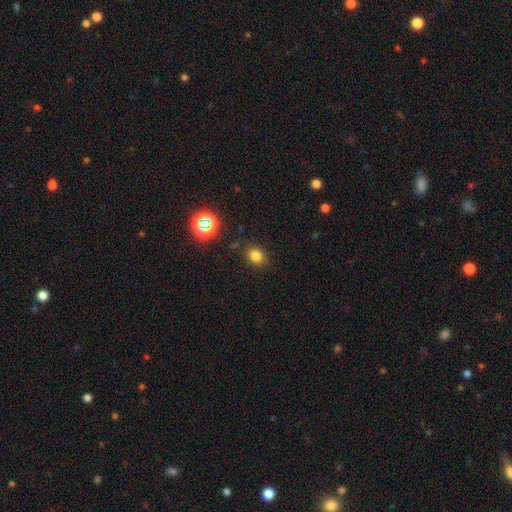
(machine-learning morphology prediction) Overall: smooth (77%). How rounded: round (51%; in between 48%). Merging: none (84%).